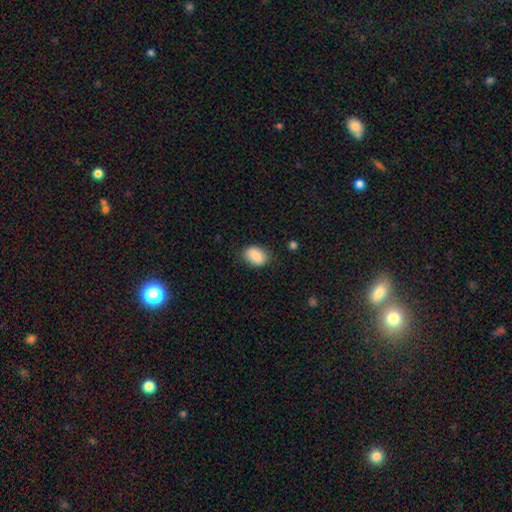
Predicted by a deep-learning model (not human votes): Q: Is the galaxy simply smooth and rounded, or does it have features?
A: smooth — 87%.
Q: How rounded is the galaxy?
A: in between — 80%.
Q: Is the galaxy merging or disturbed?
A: none — 79%.